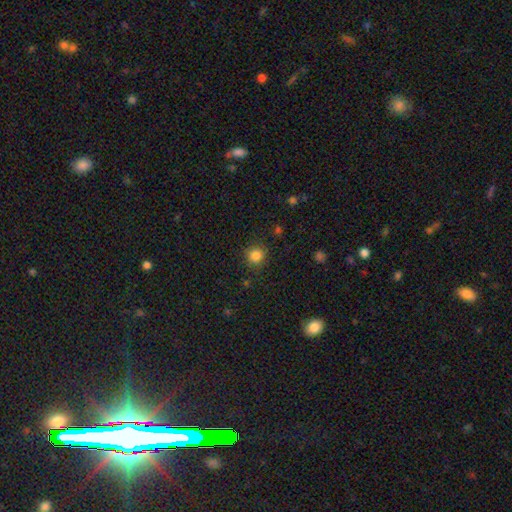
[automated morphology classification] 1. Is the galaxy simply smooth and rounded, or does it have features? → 84% smooth, 12% star or artifact, 4% featured or disk.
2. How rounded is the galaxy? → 88% round, 11% in between, 1% cigar-shaped.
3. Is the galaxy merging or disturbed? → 83% none, 12% minor disturbance, 4% major disturbance, 2% merger.